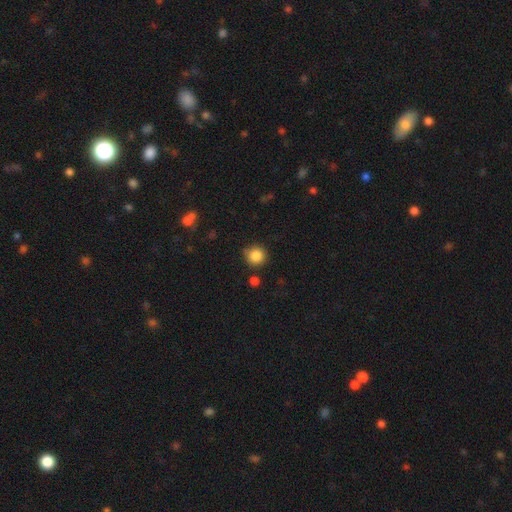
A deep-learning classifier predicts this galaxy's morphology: smooth-or-featured: smooth: 86% | star or artifact: 10% | featured or disk: 4%
  how-rounded: round: 93% | in between: 6% | cigar-shaped: 1%
  merging: none: 82% | minor disturbance: 12% | merger: 3% | major disturbance: 3%